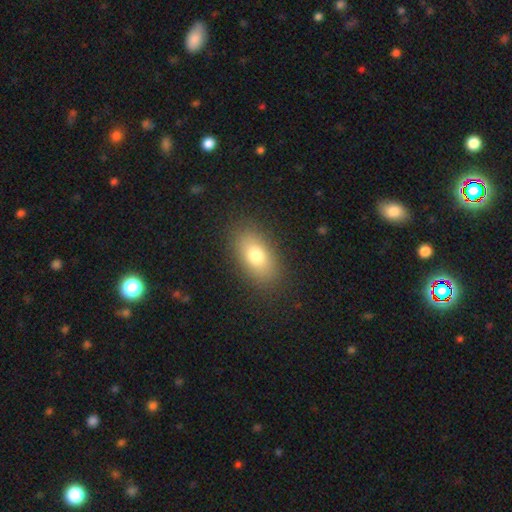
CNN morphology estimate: smooth 76%, featured or disk 14%, star or artifact 10%. Down the decision tree: how rounded — in between (87%); merging — none (86%).